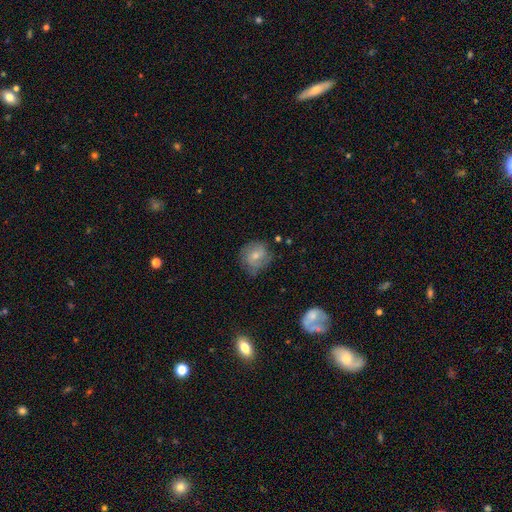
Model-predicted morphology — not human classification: Smooth or featured?
  - smooth: 56% *
  - featured or disk: 35%
  - star or artifact: 8%
How rounded?
  - round: 77% *
  - in between: 22%
  - cigar-shaped: 1%
Merging?
  - none: 64% *
  - minor disturbance: 25%
  - major disturbance: 9%
  - merger: 2%